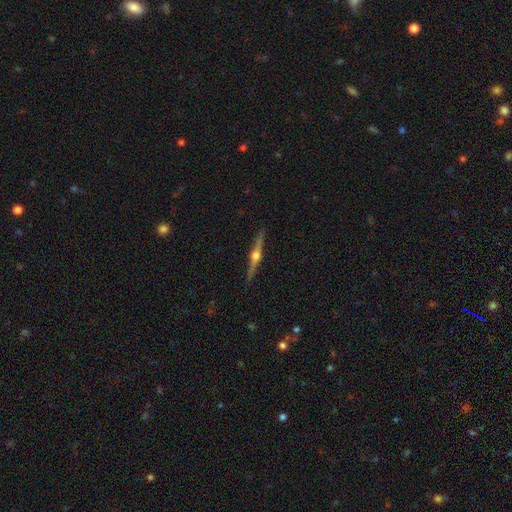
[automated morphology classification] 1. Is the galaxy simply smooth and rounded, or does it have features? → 82% featured or disk, 12% smooth, 6% star or artifact.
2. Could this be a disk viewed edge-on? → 98% yes, 2% no.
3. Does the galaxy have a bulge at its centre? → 96% rounded, 3% boxy, 2% none.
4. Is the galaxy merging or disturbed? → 91% none, 6% minor disturbance, 1% major disturbance, 1% merger.